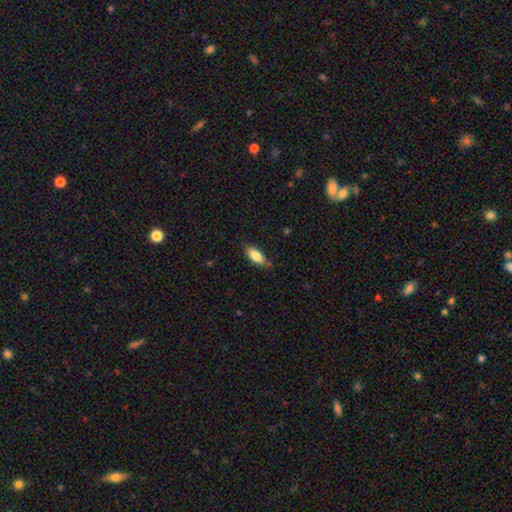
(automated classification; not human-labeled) This appears to be a smooth galaxy with no disk features (82%) that is in between round and cigar-shaped (81%). Merging: none (76%).